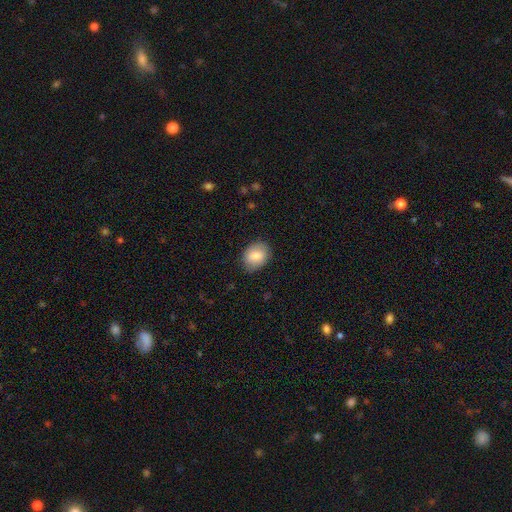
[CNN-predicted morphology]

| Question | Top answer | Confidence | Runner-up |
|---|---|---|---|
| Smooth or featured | smooth | 81% | featured or disk (12%) |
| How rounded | in between | 61% | round (38%) |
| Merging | none | 82% | minor disturbance (14%) |